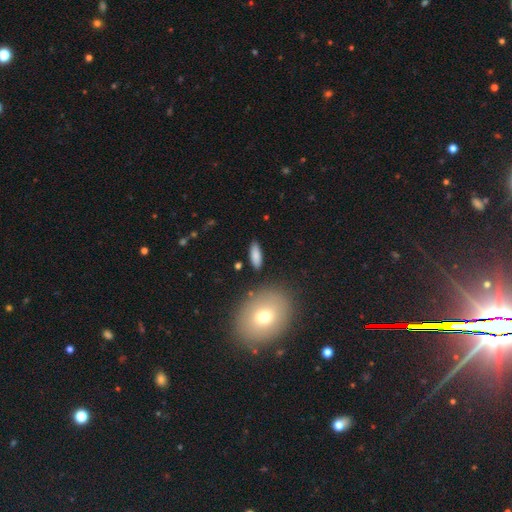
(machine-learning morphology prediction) smooth_or_featured: smooth (p=0.83) [alt: featured or disk p=0.09]
how_rounded: in between (p=0.63) [alt: cigar-shaped p=0.34]
merging: none (p=0.85) [alt: minor disturbance p=0.10]